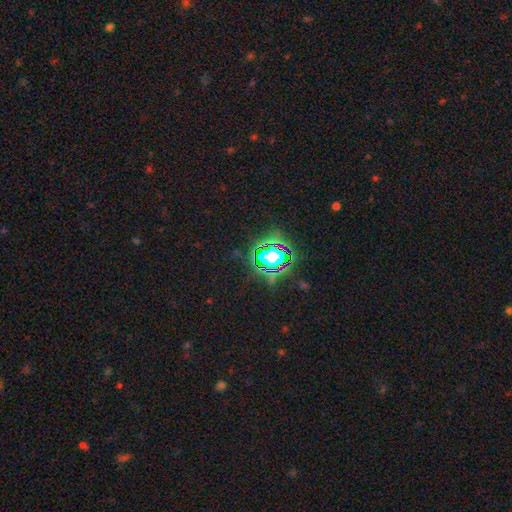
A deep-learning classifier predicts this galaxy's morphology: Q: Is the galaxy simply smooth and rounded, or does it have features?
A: star or artifact — 78%.